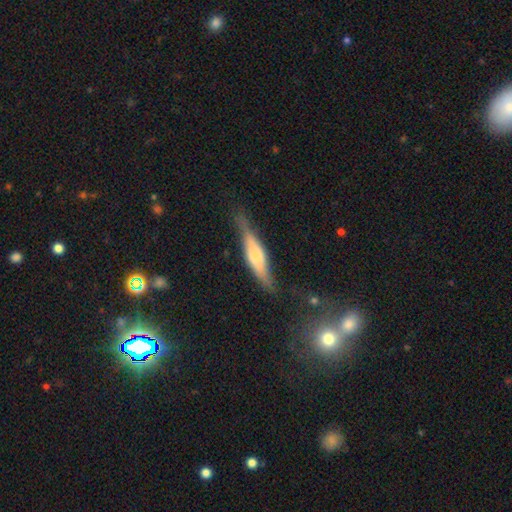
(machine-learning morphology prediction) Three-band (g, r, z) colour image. It shows a featured or disk galaxy (54%) viewed edge-on (89%). Merging: none (69%).